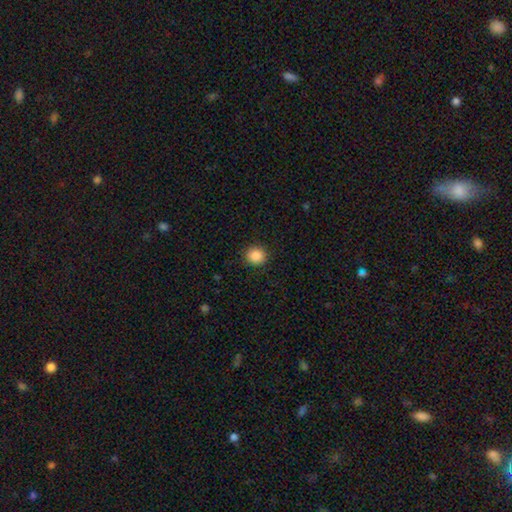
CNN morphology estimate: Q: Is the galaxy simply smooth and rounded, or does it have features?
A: smooth — 87%.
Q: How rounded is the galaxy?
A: round — 89%.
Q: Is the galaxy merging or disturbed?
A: none — 91%.